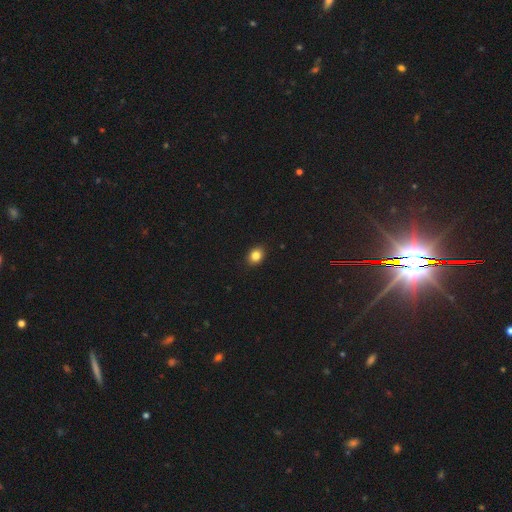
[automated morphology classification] smooth_or_featured: smooth (p=0.84) [alt: star or artifact p=0.10]
how_rounded: in between (p=0.51) [alt: round p=0.47]
merging: none (p=0.89) [alt: minor disturbance p=0.08]